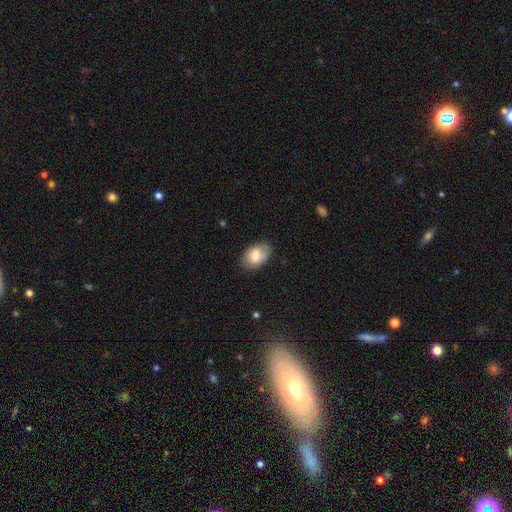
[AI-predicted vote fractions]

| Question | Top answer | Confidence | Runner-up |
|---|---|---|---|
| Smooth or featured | smooth | 75% | featured or disk (18%) |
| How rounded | in between | 91% | round (8%) |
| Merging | none | 80% | minor disturbance (15%) |